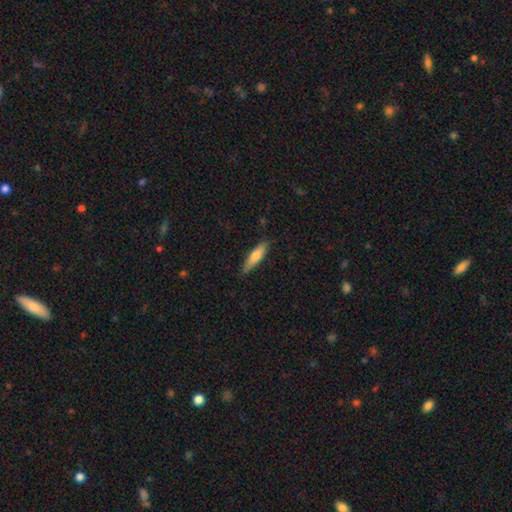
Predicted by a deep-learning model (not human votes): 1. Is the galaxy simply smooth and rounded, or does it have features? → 66% smooth, 28% featured or disk, 6% star or artifact.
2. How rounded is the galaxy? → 72% cigar-shaped, 26% in between, 2% round.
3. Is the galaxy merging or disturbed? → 86% none, 11% minor disturbance, 2% major disturbance, 1% merger.